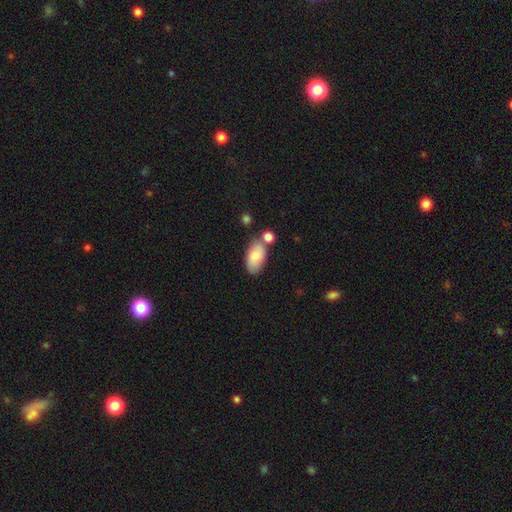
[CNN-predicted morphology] A smooth galaxy with no disk features (77%) that is in between round and cigar-shaped (93%). Merging: none (60%).